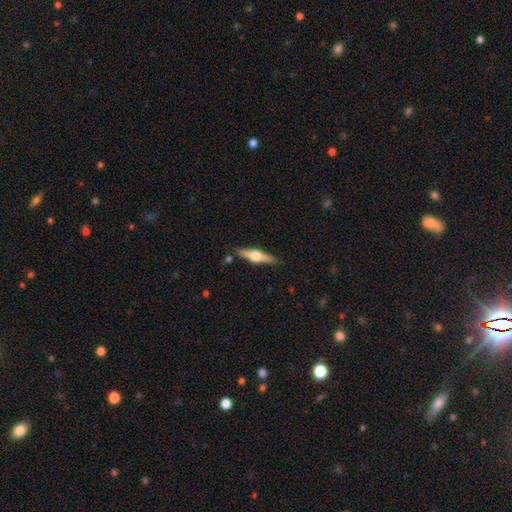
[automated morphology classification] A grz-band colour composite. It shows a featured or disk galaxy (69%) viewed edge-on (97%) with a rounded central bulge (95%). Merging: none (87%).